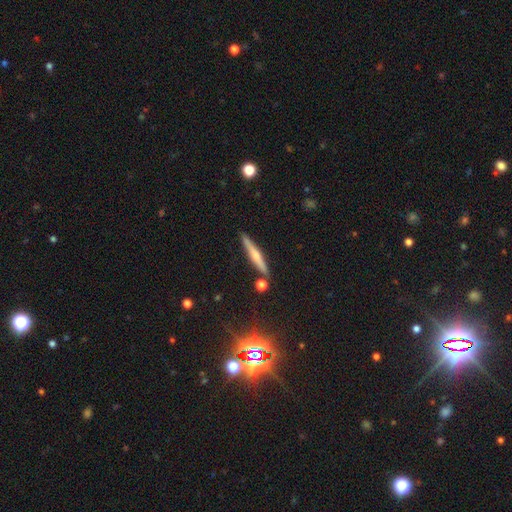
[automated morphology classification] type=featured or disk (53%); edge-on=yes (96%); edge-on bulge=rounded (75%); merging=none (86%).